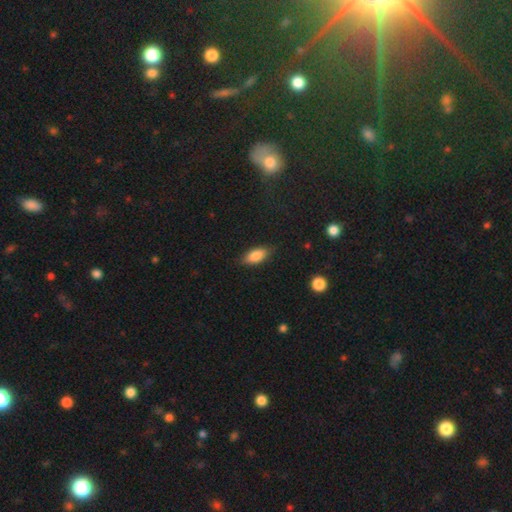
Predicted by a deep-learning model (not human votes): The model was most divided on "merging": none: 80%, minor disturbance: 15%, major disturbance: 3%, merger: 1%. More confident: how rounded — in between (87%); smooth or featured — smooth (85%).